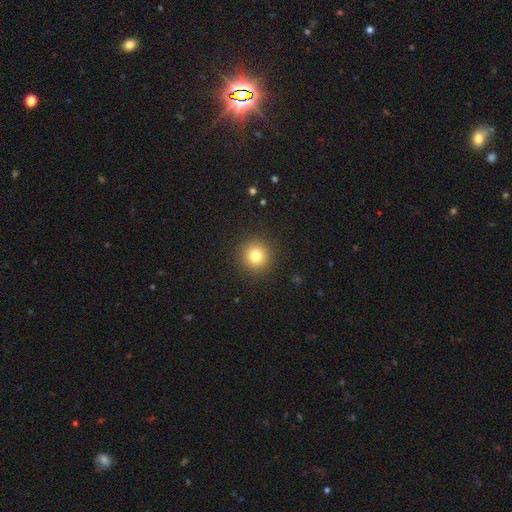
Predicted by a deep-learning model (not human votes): Morphology: type=smooth (79%); roundness=round (95%); merging=none (92%).